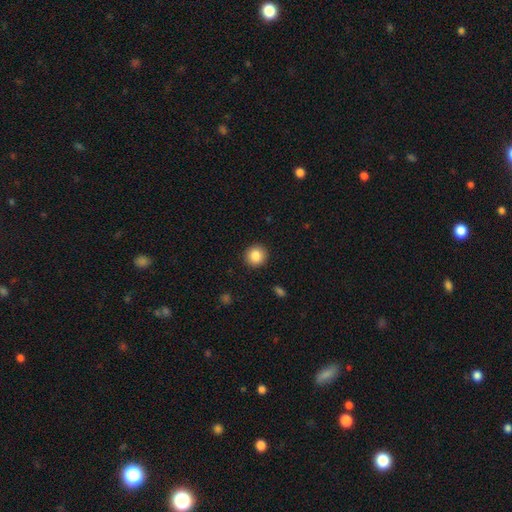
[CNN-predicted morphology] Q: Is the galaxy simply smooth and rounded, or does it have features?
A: smooth — 86%.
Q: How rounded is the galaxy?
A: round — 92%.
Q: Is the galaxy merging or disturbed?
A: none — 92%.